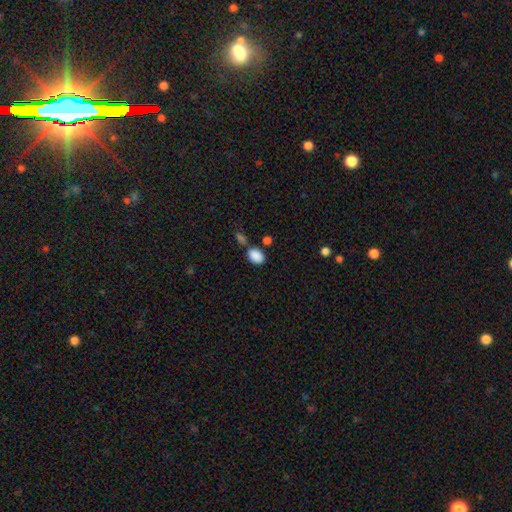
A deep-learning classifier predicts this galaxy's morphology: Smooth or featured: smooth — 88% (star or artifact — 8%)
How rounded: in between — 82% (round — 17%)
Merging: none — 67% (merger — 14%)